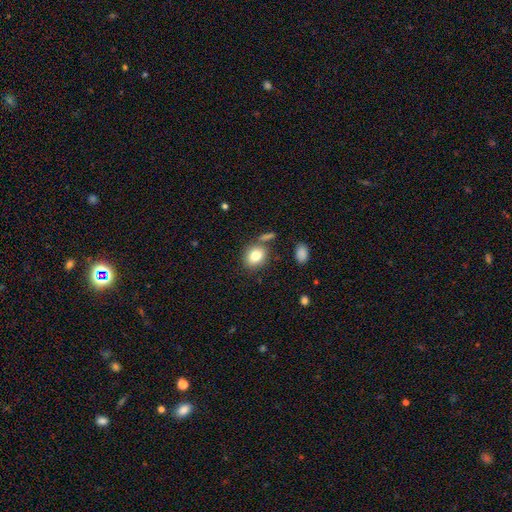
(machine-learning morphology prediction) Smooth or featured?
  - smooth: 81% *
  - featured or disk: 10%
  - star or artifact: 10%
How rounded?
  - round: 50% *
  - in between: 48%
  - cigar-shaped: 1%
Merging?
  - none: 72% *
  - minor disturbance: 13%
  - merger: 10%
  - major disturbance: 5%